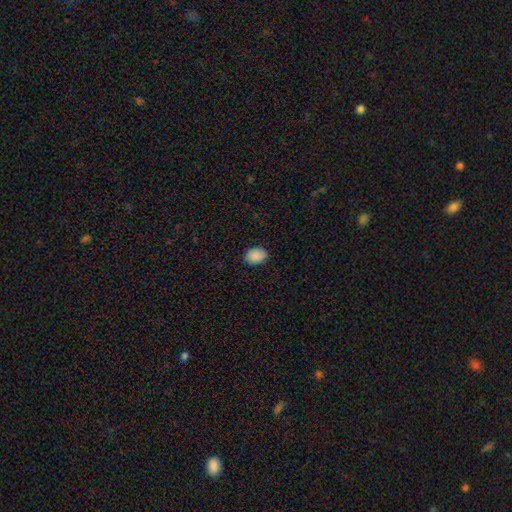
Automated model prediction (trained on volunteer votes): Smooth or featured?
  - smooth: 89% *
  - star or artifact: 8%
  - featured or disk: 3%
How rounded?
  - in between: 70% *
  - round: 29%
  - cigar-shaped: 1%
Merging?
  - none: 85% *
  - minor disturbance: 12%
  - major disturbance: 2%
  - merger: 1%